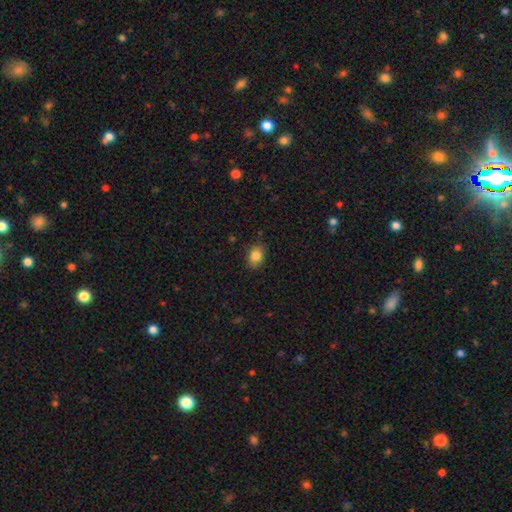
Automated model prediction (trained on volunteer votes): Smooth or featured: smooth — 85% (star or artifact — 9%)
How rounded: in between — 70% (round — 29%)
Merging: none — 85% (minor disturbance — 11%)